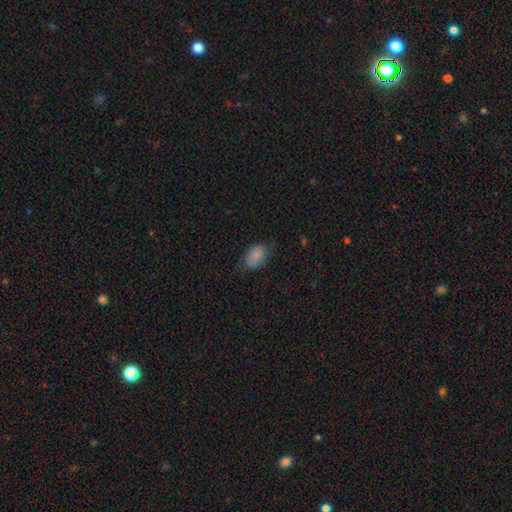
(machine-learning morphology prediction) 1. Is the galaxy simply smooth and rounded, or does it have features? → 80% smooth, 12% featured or disk, 8% star or artifact.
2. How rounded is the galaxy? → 83% in between, 15% round, 1% cigar-shaped.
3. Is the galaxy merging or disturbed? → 63% none, 28% minor disturbance, 8% major disturbance, 1% merger.